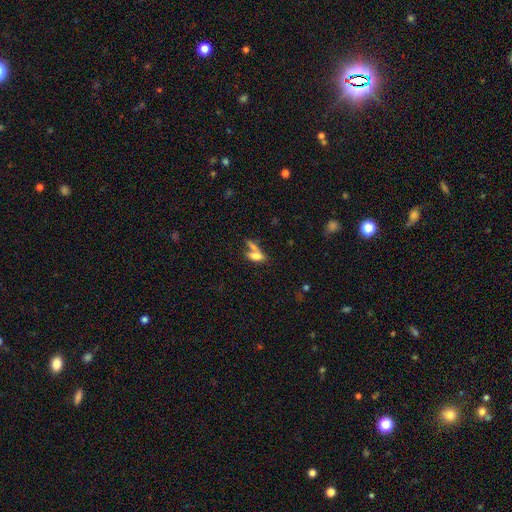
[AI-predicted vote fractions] Smooth or featured: smooth — 70% (featured or disk — 21%)
How rounded: in between — 75% (cigar-shaped — 19%)
Merging: merger — 45% (none — 36%)